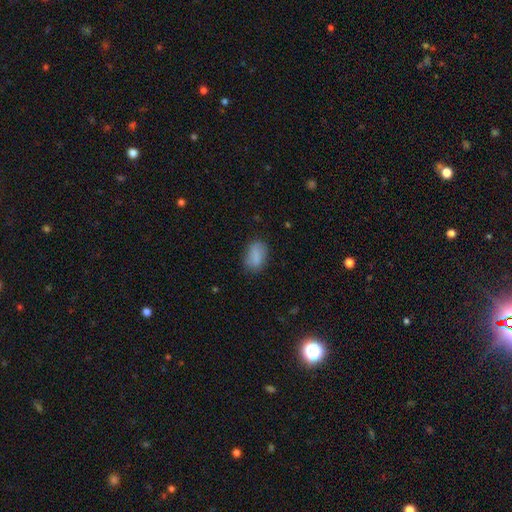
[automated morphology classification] Smooth or featured: smooth — 84% (star or artifact — 8%)
How rounded: in between — 86% (round — 11%)
Merging: none — 77% (minor disturbance — 17%)